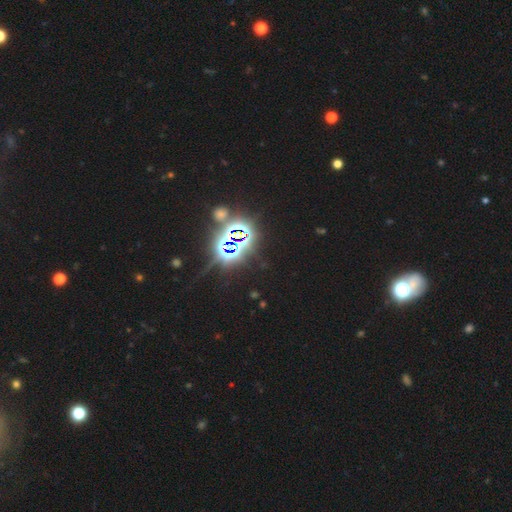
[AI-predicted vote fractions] Smooth or featured: star or artifact — 81% (smooth — 11%)